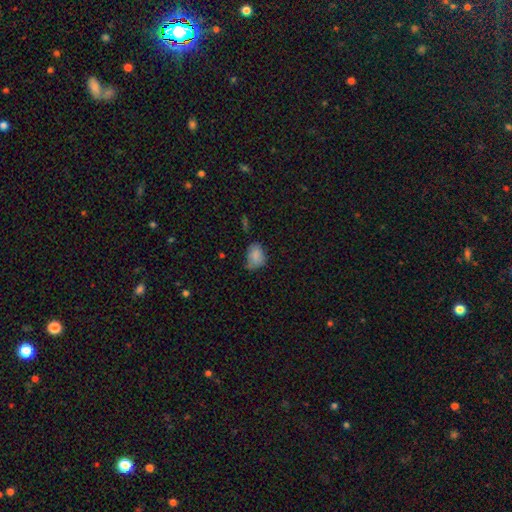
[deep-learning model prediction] A smooth galaxy with no disk features (83%) that is in between round and cigar-shaped (73%). Merging: none (47%).